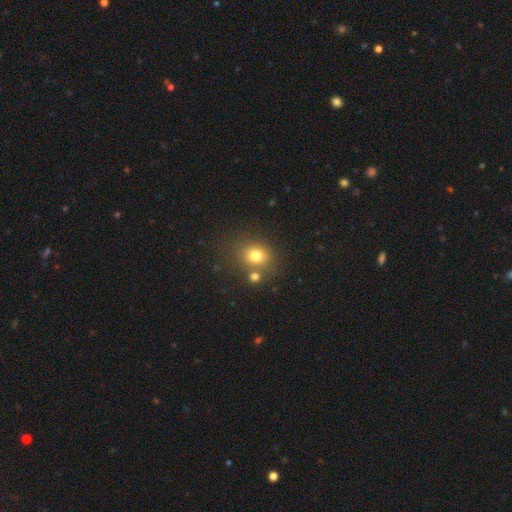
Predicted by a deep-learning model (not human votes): smooth-or-featured: smooth: 76% | star or artifact: 14% | featured or disk: 10%
  how-rounded: round: 73% | in between: 27% | cigar-shaped: 1%
  merging: none: 66% | merger: 19% | minor disturbance: 11% | major disturbance: 4%